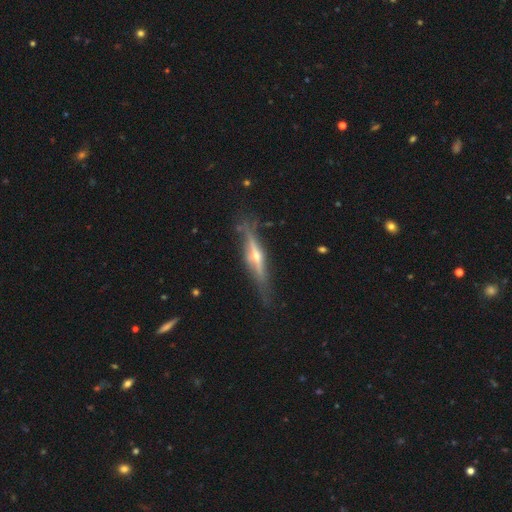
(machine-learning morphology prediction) featured or disk 82%, smooth 12%, star or artifact 6%. Down the decision tree: edge-on disk — yes (95%); edge-on bulge — rounded (90%); merging — none (78%).